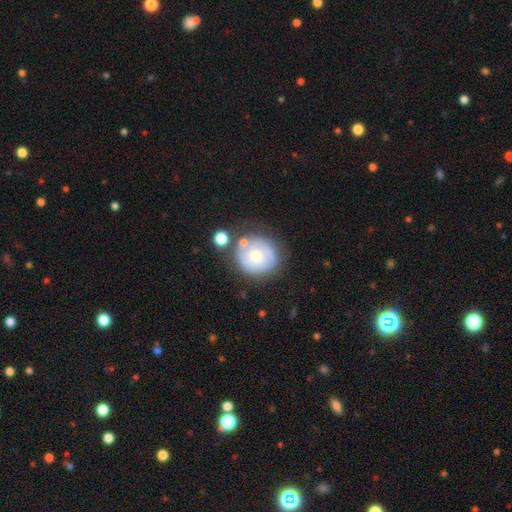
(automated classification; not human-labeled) Smooth or featured: featured or disk — 50% (smooth — 42%)
Merging: none — 63% (minor disturbance — 19%)